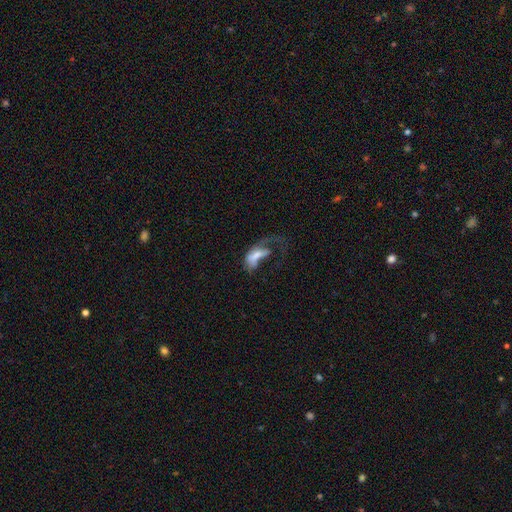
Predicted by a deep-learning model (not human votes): Smooth or featured?
  - smooth: 47% *
  - featured or disk: 43%
  - star or artifact: 10%
Merging?
  - major disturbance: 65% *
  - none: 15%
  - minor disturbance: 12%
  - merger: 8%